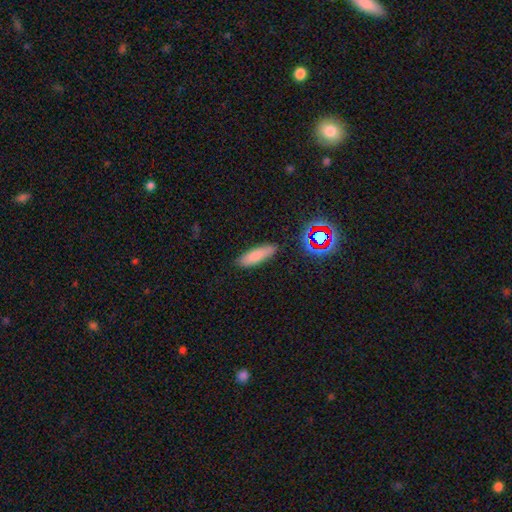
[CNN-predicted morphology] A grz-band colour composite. It shows a smooth galaxy with no disk features (79%) that is cigar-shaped (50%). Merging: none (85%).